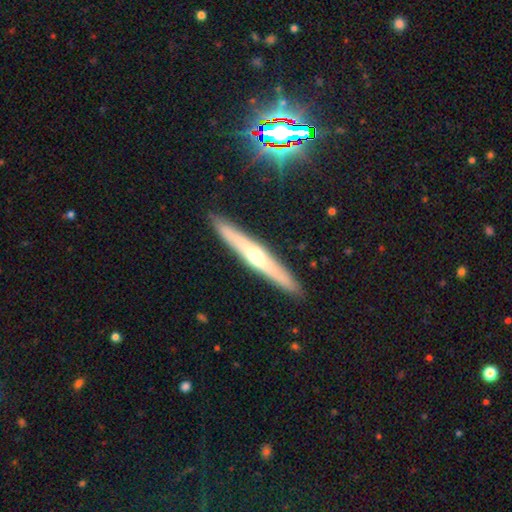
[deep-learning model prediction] Smooth or featured? Predicted: featured or disk (p=0.64). Edge-on disk? Predicted: yes (p=0.95). Edge-on bulge? Predicted: rounded (p=0.83). Merging? Predicted: none (p=0.91).